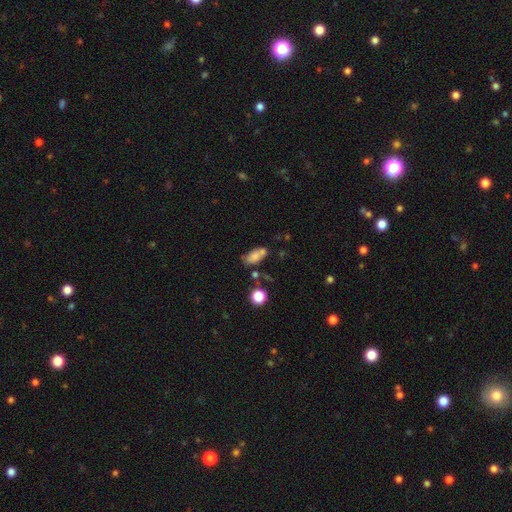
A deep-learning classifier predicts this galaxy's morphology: Q: Smooth or featured?
A: smooth (74%); runner-up: featured or disk (14%)
Q: How rounded?
A: in between (84%); runner-up: cigar-shaped (8%)
Q: Merging?
A: none (51%); runner-up: merger (23%)